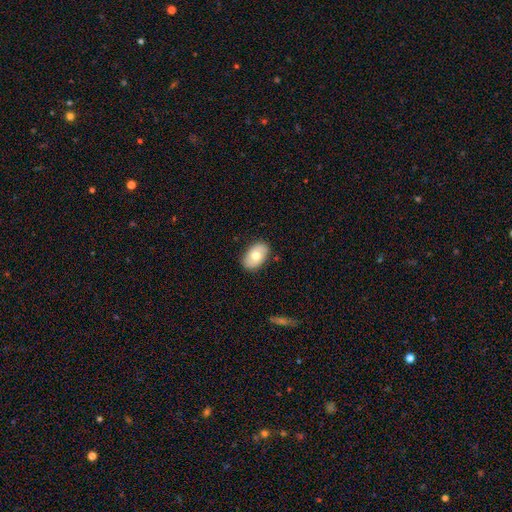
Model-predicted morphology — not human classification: Q: Smooth or featured?
A: smooth (71%); runner-up: featured or disk (22%)
Q: How rounded?
A: in between (91%); runner-up: round (8%)
Q: Merging?
A: none (85%); runner-up: minor disturbance (11%)